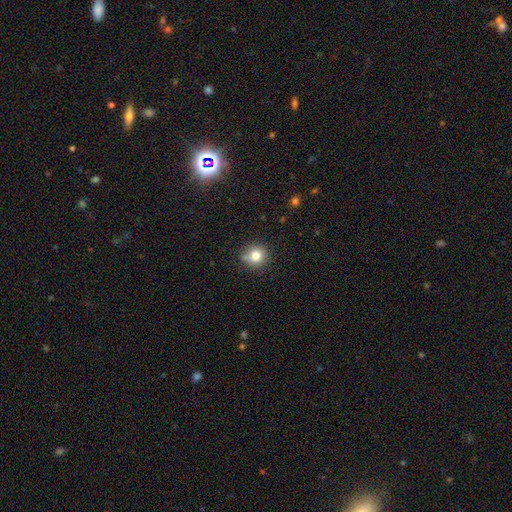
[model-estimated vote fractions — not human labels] smooth_or_featured: smooth (p=0.80) [alt: star or artifact p=0.12]
how_rounded: round (p=0.90) [alt: in between p=0.09]
merging: none (p=0.77) [alt: minor disturbance p=0.16]